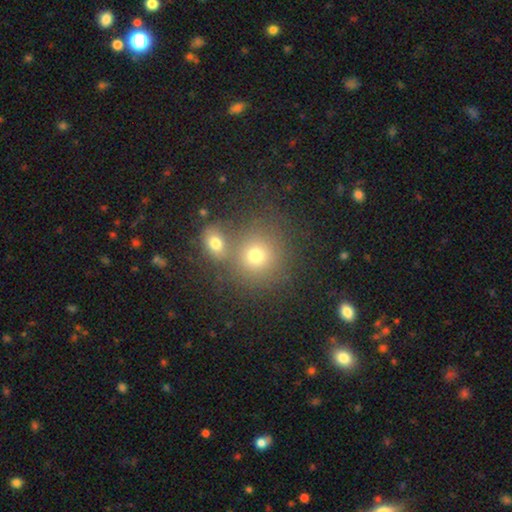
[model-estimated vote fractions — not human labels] A smooth galaxy with no disk features (72%) that is round (86%). Merging: none (54%).